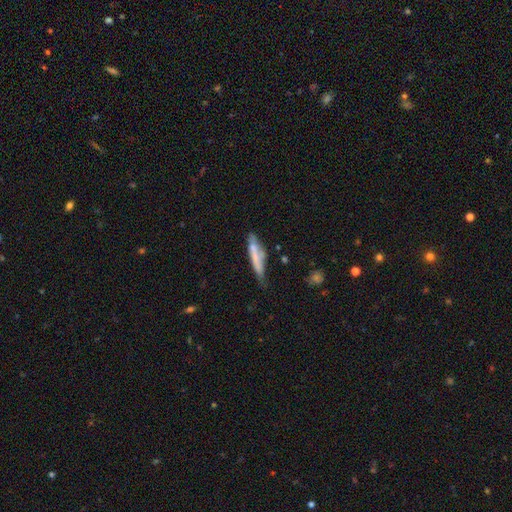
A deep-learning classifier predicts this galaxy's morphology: smooth 61%, featured or disk 32%, star or artifact 7%. Down the decision tree: how rounded — cigar-shaped (85%); merging — none (50%).